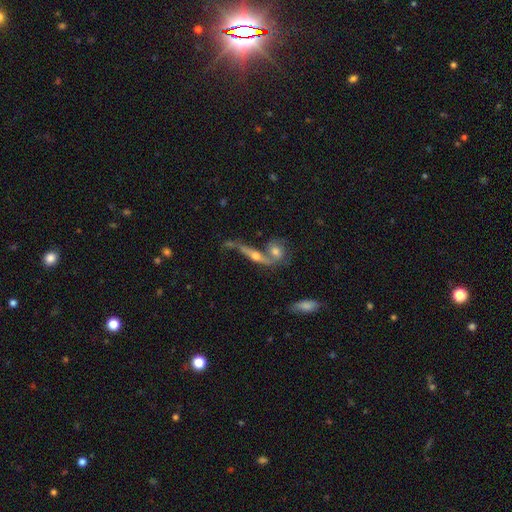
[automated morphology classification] Smooth or featured: featured or disk — 56% (smooth — 28%)
Edge-on disk: no — 54% (yes — 46%)
Merging: merger — 53% (none — 28%)